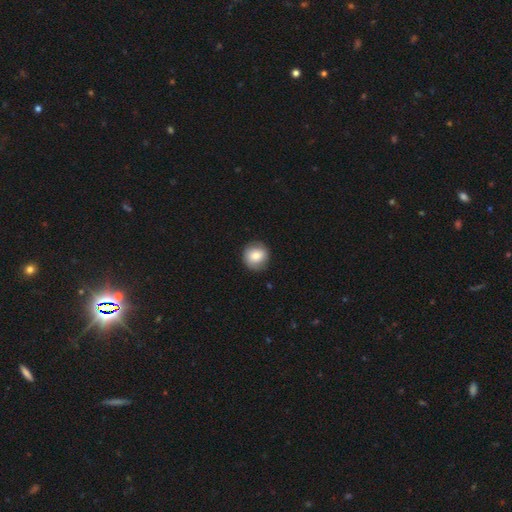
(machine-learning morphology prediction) smooth_or_featured: smooth (p=0.76) [alt: featured or disk p=0.17]
how_rounded: round (p=0.90) [alt: in between p=0.09]
merging: none (p=0.84) [alt: minor disturbance p=0.12]